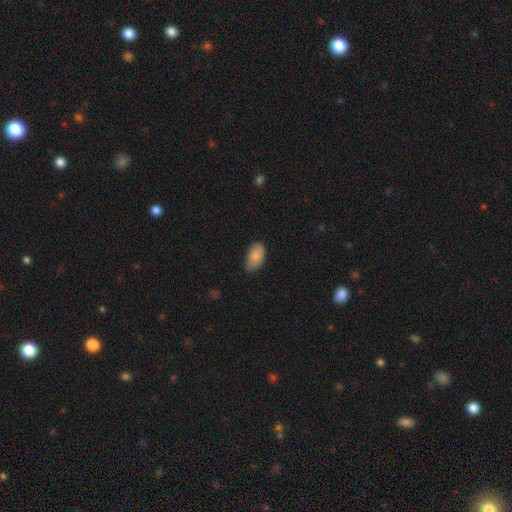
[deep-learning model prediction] This appears to be a smooth galaxy with no disk features (86%) that is in between round and cigar-shaped (94%). Merging: none (74%).